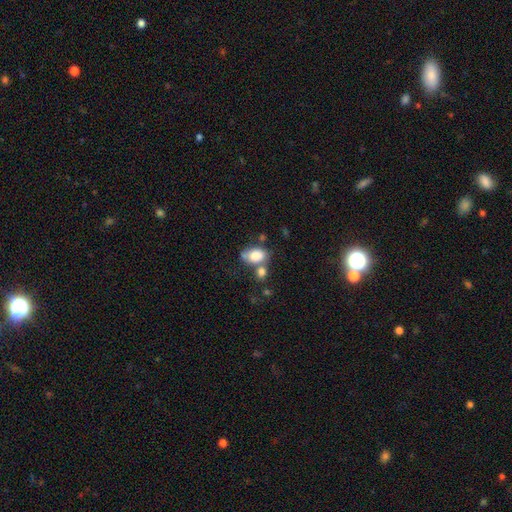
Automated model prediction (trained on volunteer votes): smooth 81%, featured or disk 11%, star or artifact 8%. Down the decision tree: how rounded — in between (81%); merging — none (40%).